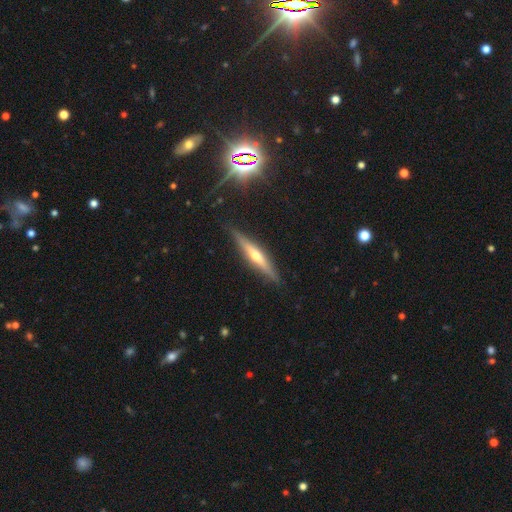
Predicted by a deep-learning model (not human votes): Overall: featured or disk (68%). Edge-on disk: yes (96%). Edge-on bulge: rounded (82%). Merging: none (88%).